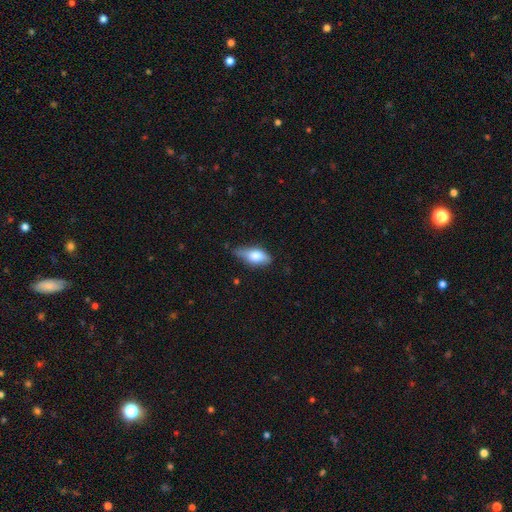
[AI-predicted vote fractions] Overall: smooth (72%). How rounded: in between (81%). Merging: none (54%; minor disturbance 36%).